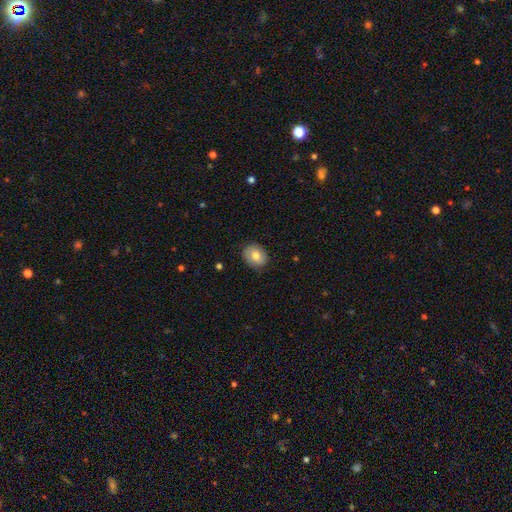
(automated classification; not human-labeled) The model was most divided on "how rounded": in between: 50%, round: 49%, cigar-shaped: 1%. More confident: merging — none (84%); smooth or featured — smooth (76%).